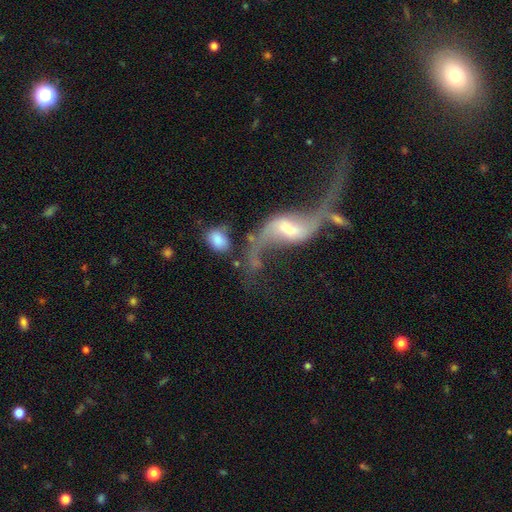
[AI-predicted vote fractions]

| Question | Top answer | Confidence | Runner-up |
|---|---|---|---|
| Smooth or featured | featured or disk | 87% | star or artifact (7%) |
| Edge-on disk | no | 92% | yes (8%) |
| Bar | weak | 44% | strong (33%) |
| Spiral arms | yes | 94% | no (6%) |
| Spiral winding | loose | 92% | medium (6%) |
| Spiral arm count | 2 | 93% | 1 (3%) |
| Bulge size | small | 41% | moderate (38%) |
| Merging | none | 47% | merger (19%) |